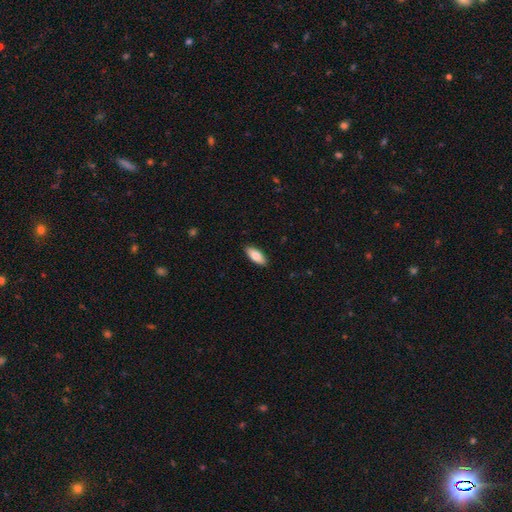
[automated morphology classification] Overall: smooth (78%). How rounded: in between (82%). Merging: none (90%).